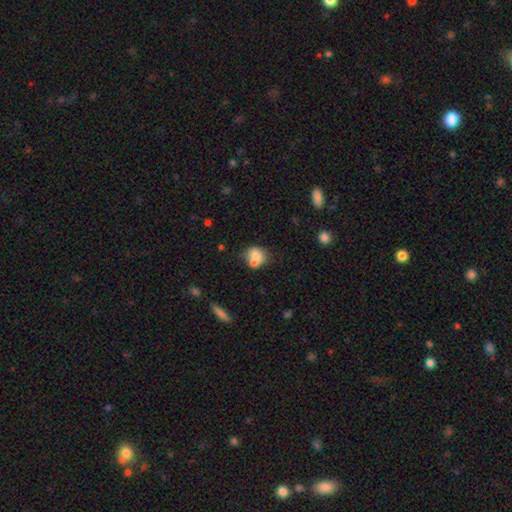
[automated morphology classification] Overall: smooth (74%). How rounded: round (72%). Merging: none (44%; merger 40%).